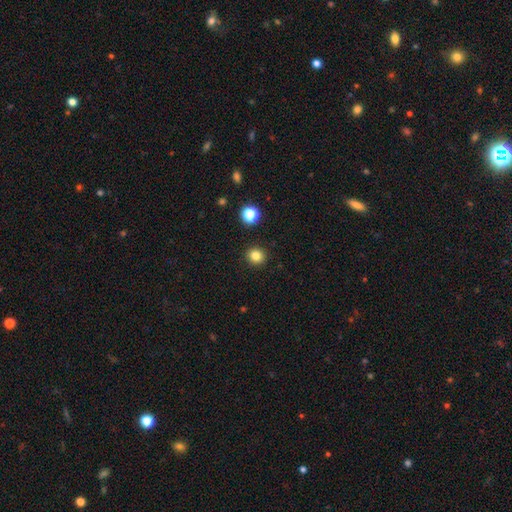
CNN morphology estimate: A smooth galaxy with no disk features (82%) that is round (90%).

Vote fractions:
- Smooth or featured? smooth: 82% / star or artifact: 13% / featured or disk: 5%
- How rounded? round: 90% / in between: 10% / cigar-shaped: 1%
- Merging? none: 92% / minor disturbance: 5% / major disturbance: 2% / merger: 1%